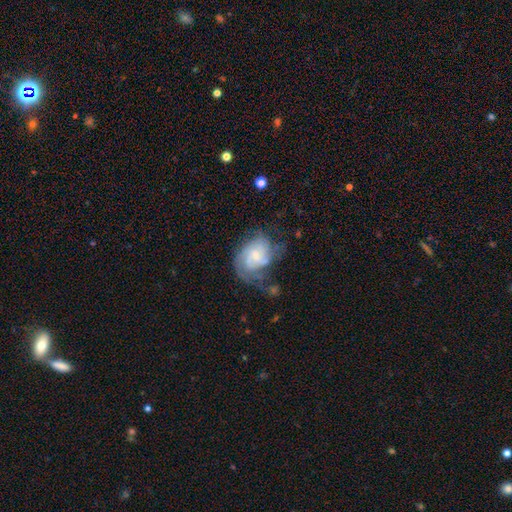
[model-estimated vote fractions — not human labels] This appears to be a featured or disk galaxy (69%) with no bar (58%), tight (41%) spiral arms (85%) and a small central bulge (54%). Merging: major disturbance (35%).